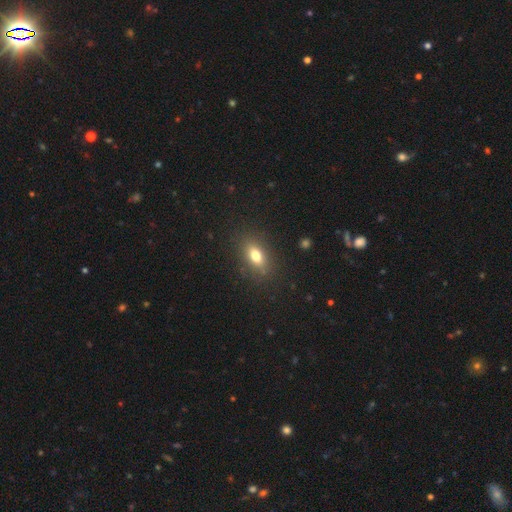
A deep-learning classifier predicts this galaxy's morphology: smooth 76%, featured or disk 13%, star or artifact 11%. Down the decision tree: how rounded — in between (80%); merging — none (84%).